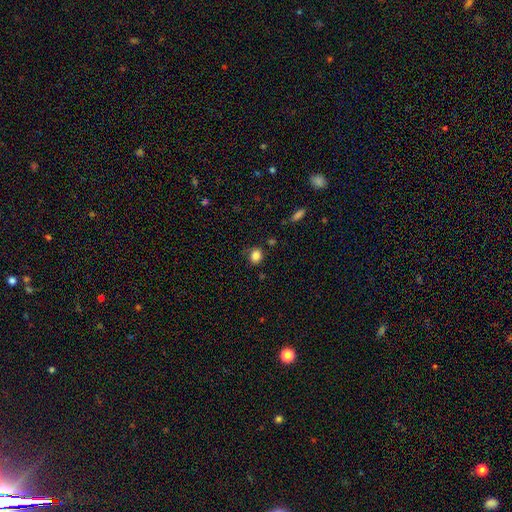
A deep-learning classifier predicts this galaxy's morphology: The model was most divided on "how rounded": round: 67%, in between: 32%, cigar-shaped: 1%. More confident: smooth or featured — smooth (83%); merging — none (72%).